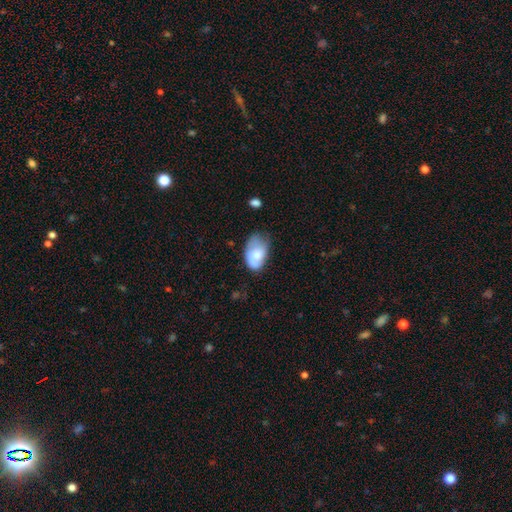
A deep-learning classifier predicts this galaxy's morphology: This appears to be a smooth galaxy with no disk features (61%) that is in between round and cigar-shaped (89%). Merging: none (44%).